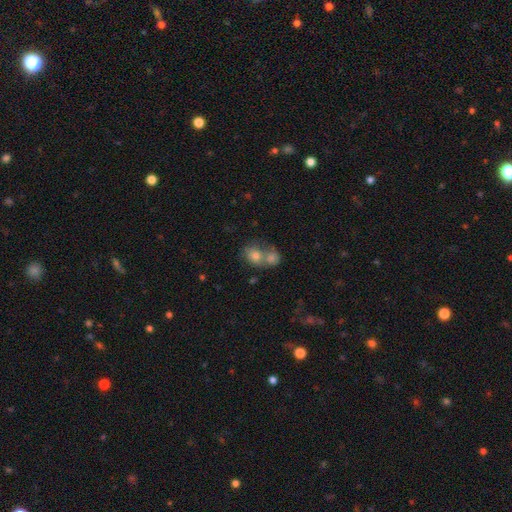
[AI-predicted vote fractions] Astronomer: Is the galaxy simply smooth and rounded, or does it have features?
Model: smooth — 72%.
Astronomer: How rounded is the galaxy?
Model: round — 55% (runner-up: in between, 44%).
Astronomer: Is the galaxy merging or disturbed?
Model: merger — 62%.